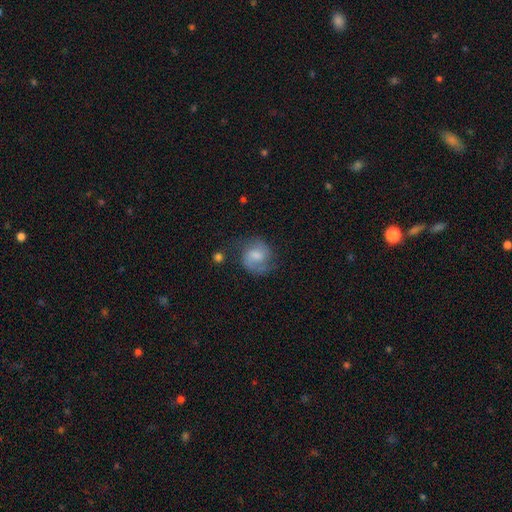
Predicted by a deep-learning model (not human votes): This is likely a featured or disk galaxy (67%). It is clearly not viewed edge-on (98%). Bar: possibly weak (53%). Spiral arm pattern: clearly yes (93%). Spiral arm count: likely 2 (77%). Spiral winding: possibly medium (51%). Central bulge: marginally moderate (38%). Merging: likely none (64%).